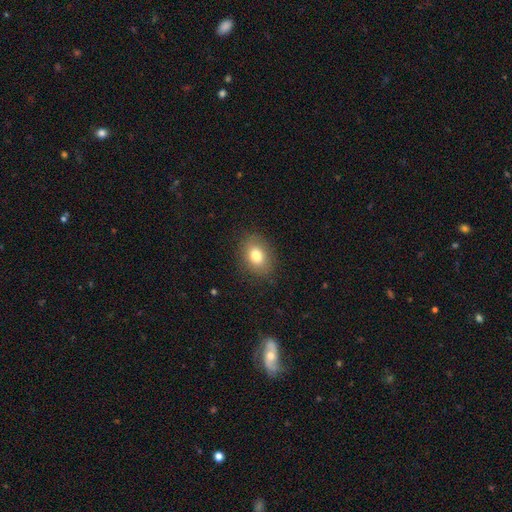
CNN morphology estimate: A smooth galaxy with no disk features (79%) that is in between round and cigar-shaped (66%). Merging: none (86%).